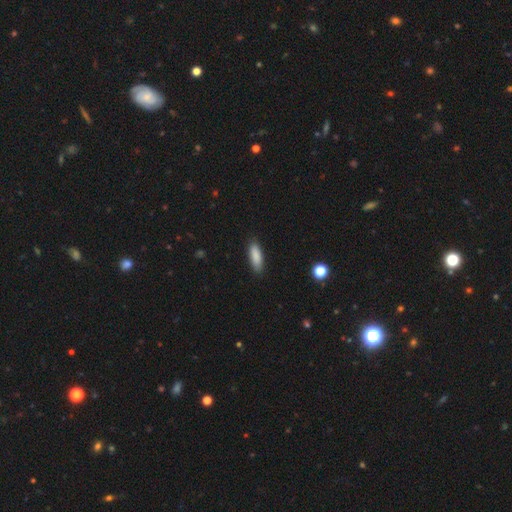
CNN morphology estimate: Q: Smooth or featured?
A: smooth (88%); runner-up: star or artifact (6%)
Q: How rounded?
A: in between (59%); runner-up: cigar-shaped (39%)
Q: Merging?
A: none (86%); runner-up: minor disturbance (10%)